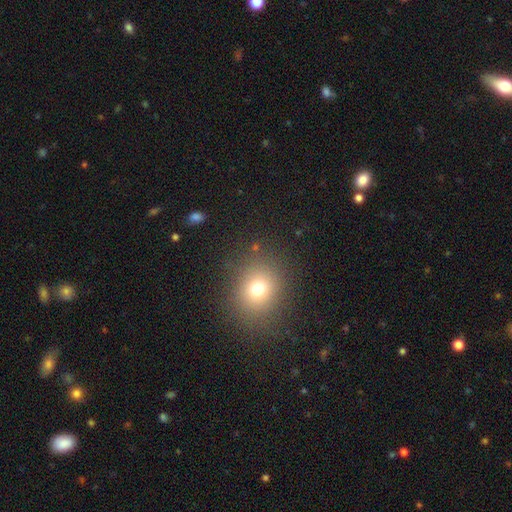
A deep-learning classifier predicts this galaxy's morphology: Smooth or featured: smooth — 69% (star or artifact — 22%)
How rounded: round — 74% (in between — 25%)
Merging: none — 88% (minor disturbance — 7%)